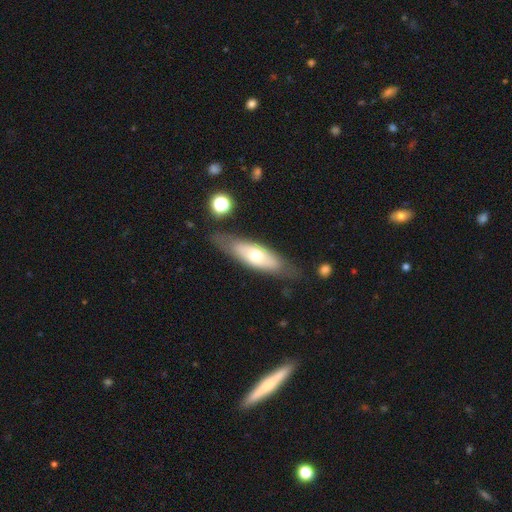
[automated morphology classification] This appears to be a smooth galaxy with no disk features (51%) that is in between round and cigar-shaped (52%). Merging: none (74%).